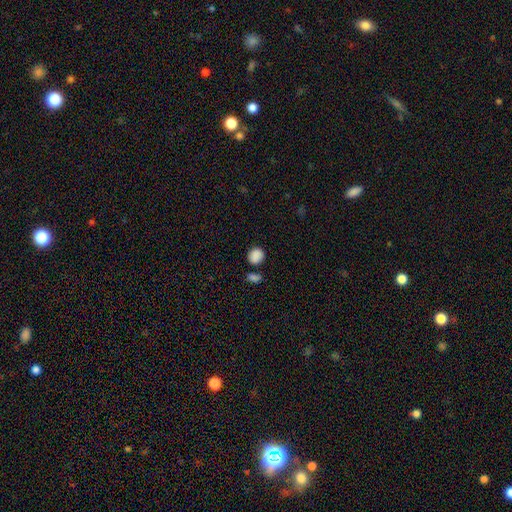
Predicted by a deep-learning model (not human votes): Smooth or featured: smooth — 87% (star or artifact — 9%)
How rounded: round — 71% (in between — 28%)
Merging: none — 75% (minor disturbance — 11%)